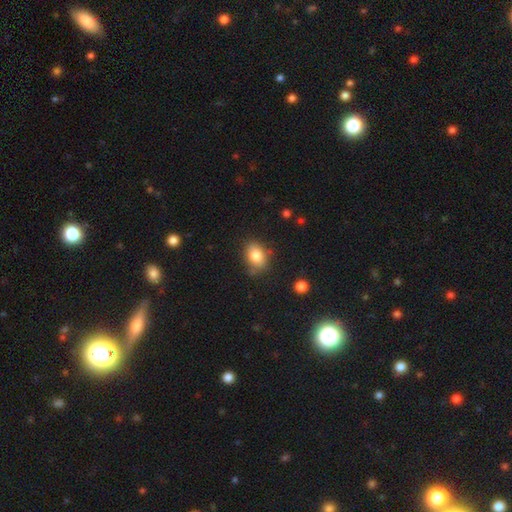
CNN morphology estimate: The model was most divided on "how rounded": in between: 69%, round: 30%, cigar-shaped: 1%. More confident: smooth or featured — smooth (81%); merging — none (74%).